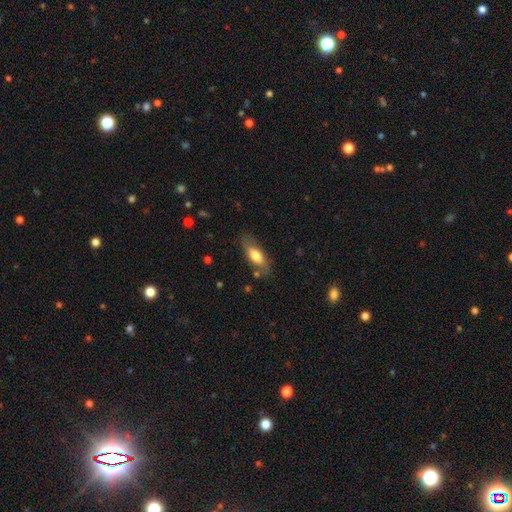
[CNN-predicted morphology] smooth_or_featured: smooth (p=0.65) [alt: featured or disk p=0.29]
how_rounded: in between (p=0.71) [alt: cigar-shaped p=0.26]
merging: none (p=0.74) [alt: minor disturbance p=0.18]